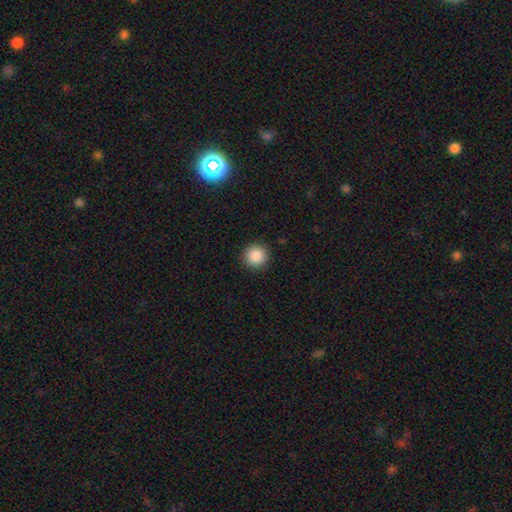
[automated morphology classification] smooth 88%, star or artifact 9%, featured or disk 3%. Down the decision tree: how rounded — round (95%); merging — none (92%).